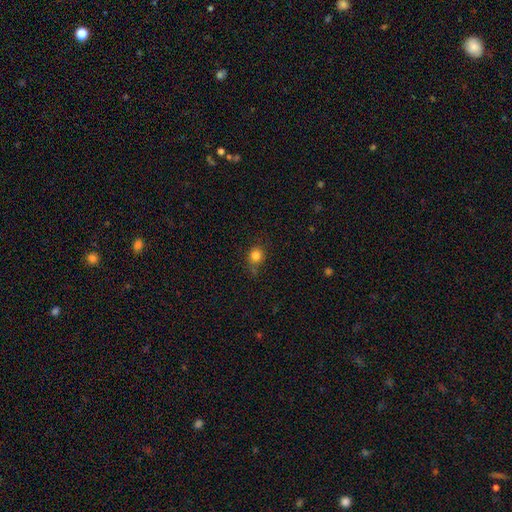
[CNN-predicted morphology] This is clearly a smooth galaxy (82%). How rounded: likely round (78%). Merging: likely none (68%).